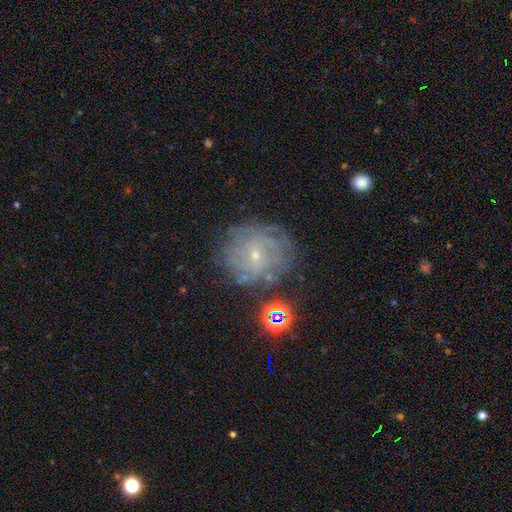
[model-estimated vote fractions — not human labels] A featured or disk galaxy (64%) with no bar (69%), spiral arms (80%) and a small central bulge (82%). Merging: none (72%).